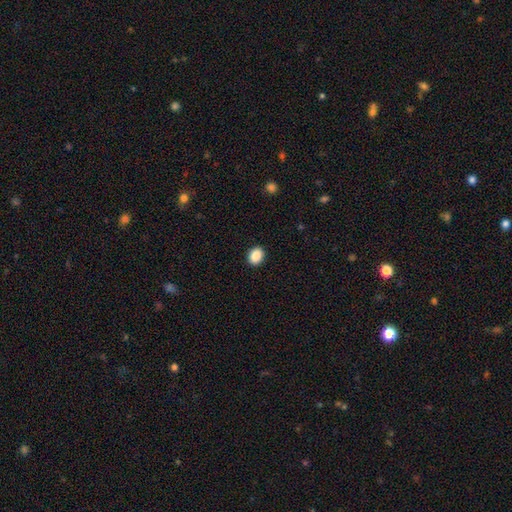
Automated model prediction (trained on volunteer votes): smooth-or-featured: smooth: 89% | star or artifact: 8% | featured or disk: 3%
  how-rounded: in between: 55% | round: 44% | cigar-shaped: 1%
  merging: none: 91% | minor disturbance: 6% | major disturbance: 2% | merger: 1%